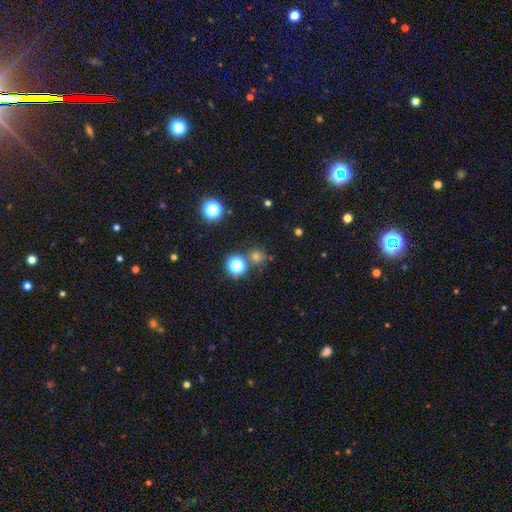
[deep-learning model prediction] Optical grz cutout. It shows a smooth galaxy with no disk features (64%) that is round (92%). Merging: none (77%).